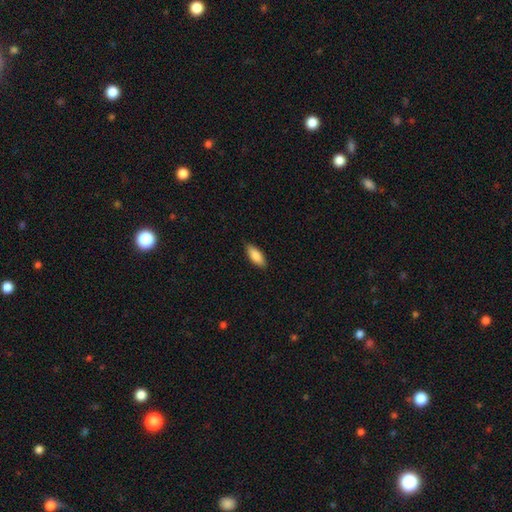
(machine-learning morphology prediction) A smooth galaxy with no disk features (87%) that is in between round and cigar-shaped (74%). Merging: none (87%).